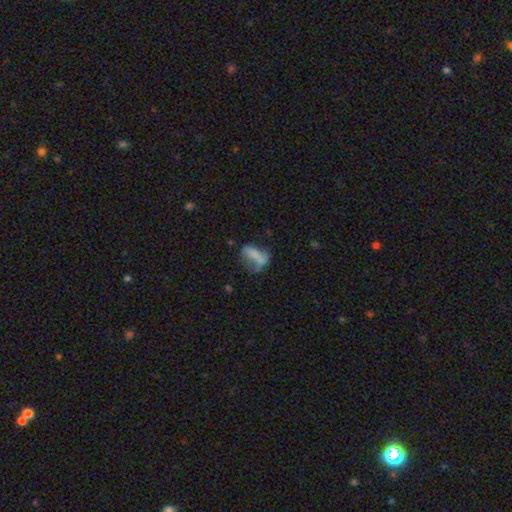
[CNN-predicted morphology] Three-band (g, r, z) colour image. It shows a smooth galaxy with no disk features (58%) that is in between round and cigar-shaped (76%). Merging: major disturbance (35%).